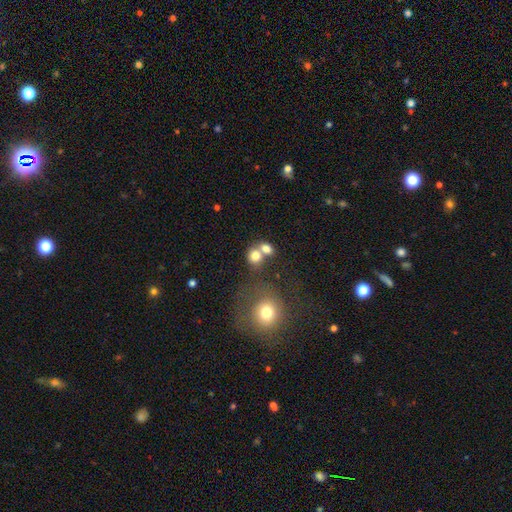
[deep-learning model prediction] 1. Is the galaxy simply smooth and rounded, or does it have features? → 77% smooth, 12% featured or disk, 11% star or artifact.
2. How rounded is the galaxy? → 70% round, 29% in between, 1% cigar-shaped.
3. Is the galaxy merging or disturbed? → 49% merger, 37% none, 8% minor disturbance, 5% major disturbance.